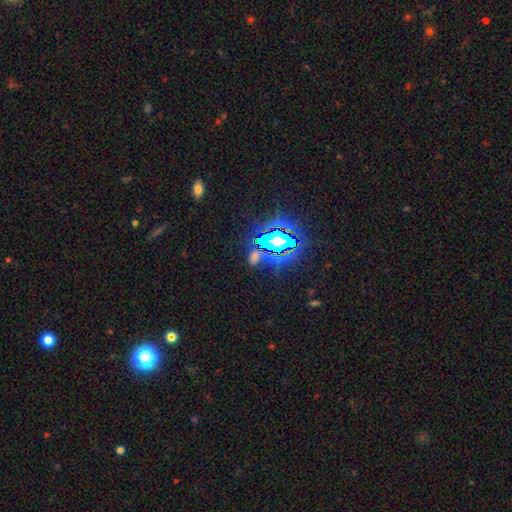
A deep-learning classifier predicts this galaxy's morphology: Smooth or featured? Predicted: star or artifact (p=0.62).